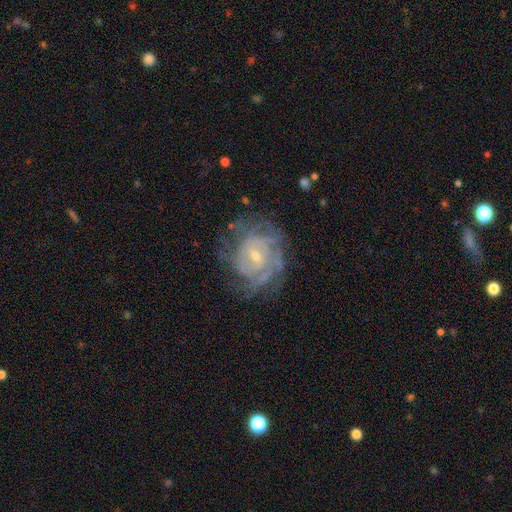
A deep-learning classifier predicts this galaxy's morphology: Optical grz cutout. It shows a featured or disk galaxy (83%) with no bar (59%), tight (67%) spiral arms (91%) and a small central bulge (69%). Merging: none (66%).